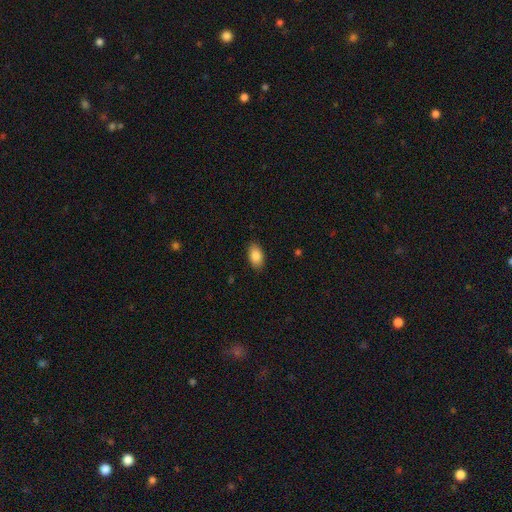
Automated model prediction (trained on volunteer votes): The model was most divided on "merging": none: 87%, minor disturbance: 10%, major disturbance: 2%, merger: 1%. More confident: how rounded — in between (93%); smooth or featured — smooth (87%).